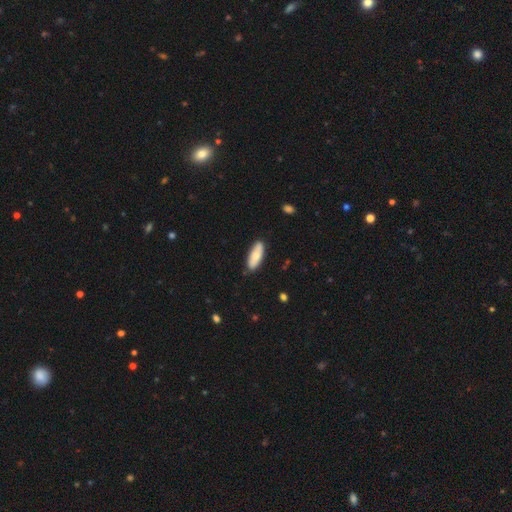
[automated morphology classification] Q: Smooth or featured?
A: smooth (71%); runner-up: featured or disk (23%)
Q: How rounded?
A: in between (69%); runner-up: cigar-shaped (29%)
Q: Merging?
A: none (85%); runner-up: minor disturbance (11%)